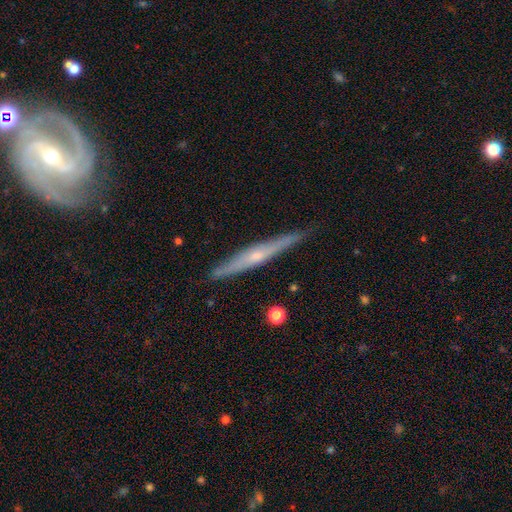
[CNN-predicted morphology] Smooth or featured?
  - featured or disk: 68% *
  - smooth: 26%
  - star or artifact: 6%
Edge-on disk?
  - yes: 96% *
  - no: 4%
Edge-on bulge?
  - rounded: 68% *
  - none: 27%
  - boxy: 5%
Merging?
  - none: 87% *
  - minor disturbance: 10%
  - major disturbance: 2%
  - merger: 1%